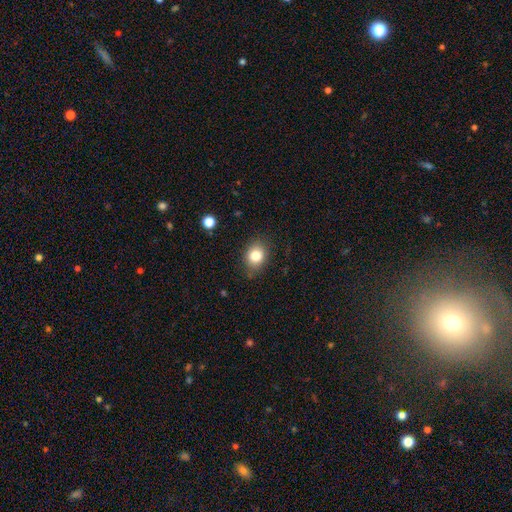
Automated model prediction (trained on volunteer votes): The model was most divided on "how rounded": in between: 51%, round: 48%, cigar-shaped: 1%. More confident: smooth or featured — smooth (82%); merging — none (80%).